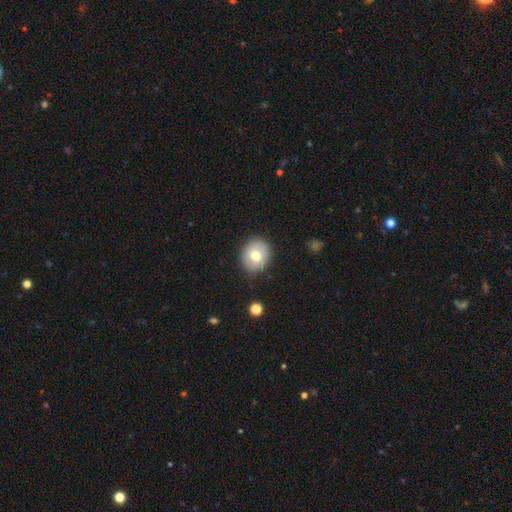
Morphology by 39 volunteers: Smooth or featured? smooth (72%)
How rounded? round (86%)
Merging? none (89%)